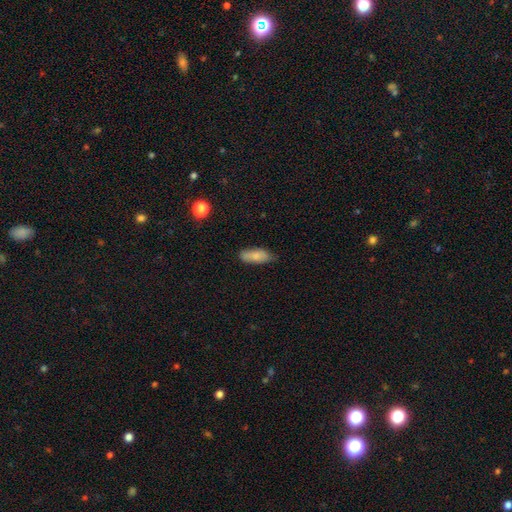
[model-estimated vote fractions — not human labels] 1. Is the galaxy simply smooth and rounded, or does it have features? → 81% smooth, 12% featured or disk, 7% star or artifact.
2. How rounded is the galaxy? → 78% in between, 20% cigar-shaped, 2% round.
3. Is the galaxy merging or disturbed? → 71% none, 24% minor disturbance, 4% major disturbance, 2% merger.